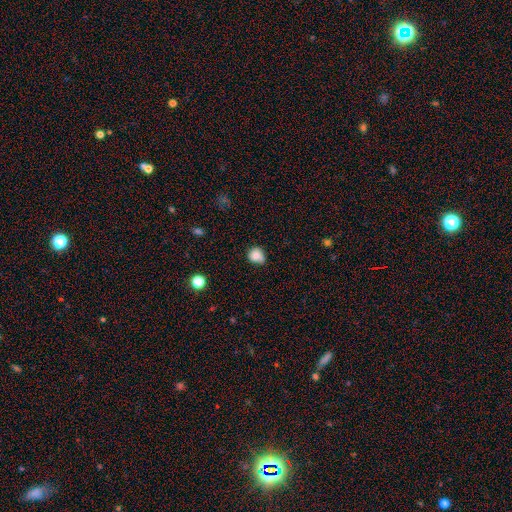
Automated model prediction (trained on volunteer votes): smooth_or_featured: smooth (p=0.82) [alt: star or artifact p=0.10]
how_rounded: round (p=0.75) [alt: in between p=0.24]
merging: none (p=0.60) [alt: minor disturbance p=0.32]